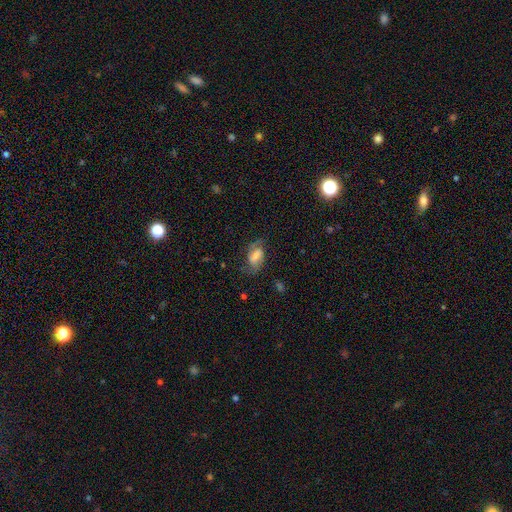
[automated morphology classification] A featured or disk galaxy (55%) with a weak bar (43%), spiral arms (85%) and a moderate central bulge (29%). Merging: none (60%).